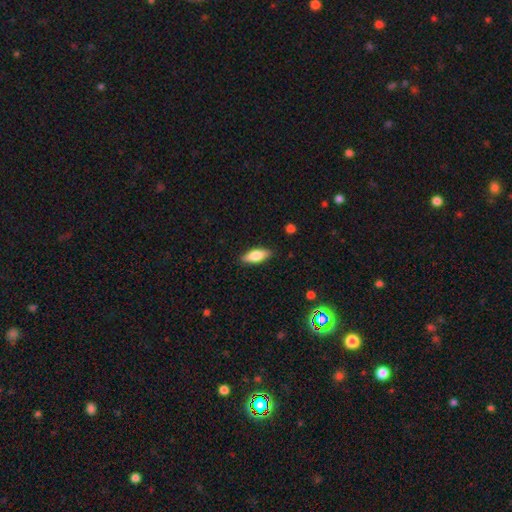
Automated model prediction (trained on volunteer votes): This appears to be a smooth galaxy with no disk features (76%) that is in between round and cigar-shaped (72%). Merging: none (87%).